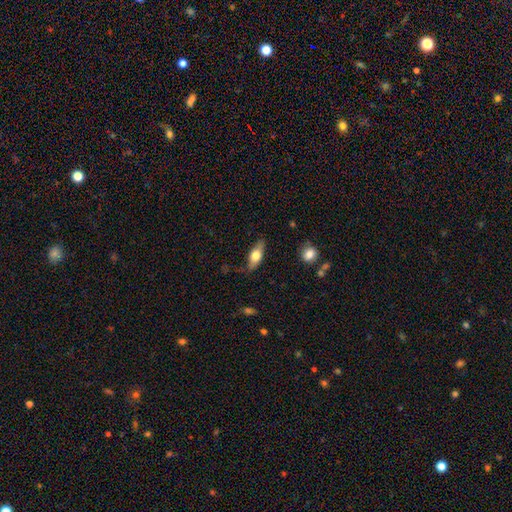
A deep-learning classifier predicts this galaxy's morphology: Smooth or featured?
  - smooth: 66% *
  - featured or disk: 27%
  - star or artifact: 6%
How rounded?
  - in between: 75% *
  - cigar-shaped: 21%
  - round: 4%
Merging?
  - none: 76% *
  - minor disturbance: 18%
  - major disturbance: 4%
  - merger: 2%